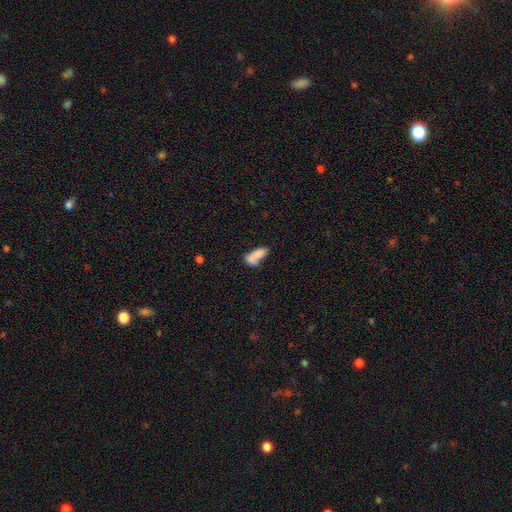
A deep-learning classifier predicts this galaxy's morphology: type=smooth (75%); roundness=in between (80%); merging=merger (49%).